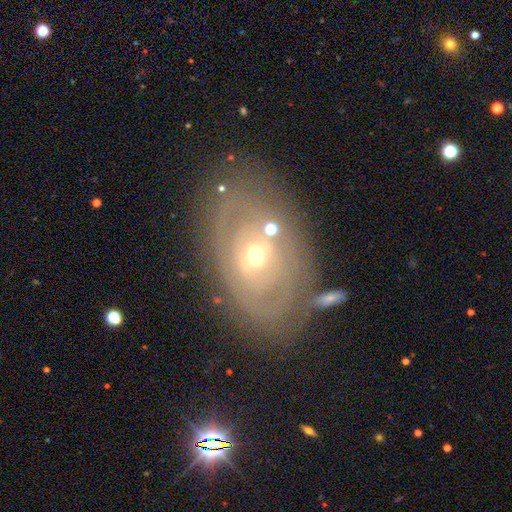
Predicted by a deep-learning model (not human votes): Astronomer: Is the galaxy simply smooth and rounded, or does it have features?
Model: featured or disk — 72%.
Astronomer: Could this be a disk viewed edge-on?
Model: no — 93%.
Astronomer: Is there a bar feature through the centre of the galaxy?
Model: no — 55% (runner-up: weak, 33%).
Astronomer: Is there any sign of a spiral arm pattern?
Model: yes — 54% (runner-up: no, 46%).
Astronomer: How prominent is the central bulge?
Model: moderate — 56% (runner-up: small, 38%).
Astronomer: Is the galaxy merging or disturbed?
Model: none — 66%.